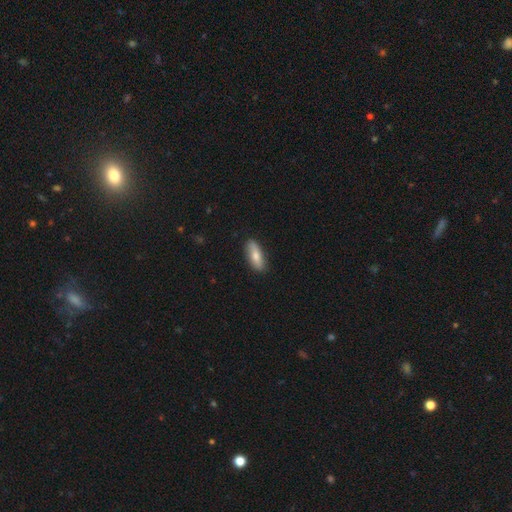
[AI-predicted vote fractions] smooth-or-featured: smooth: 76% | featured or disk: 19% | star or artifact: 6%
  how-rounded: in between: 70% | cigar-shaped: 27% | round: 3%
  merging: none: 86% | minor disturbance: 11% | major disturbance: 2% | merger: 1%